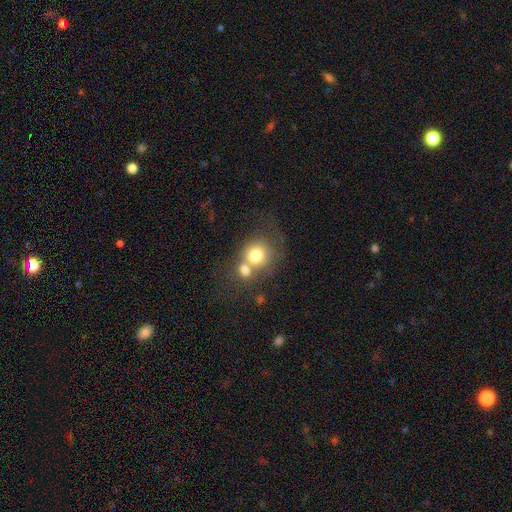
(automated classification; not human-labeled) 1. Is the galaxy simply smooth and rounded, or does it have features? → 73% smooth, 17% featured or disk, 11% star or artifact.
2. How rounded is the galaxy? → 81% round, 18% in between, 1% cigar-shaped.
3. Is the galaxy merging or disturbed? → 55% merger, 32% none, 8% minor disturbance, 5% major disturbance.